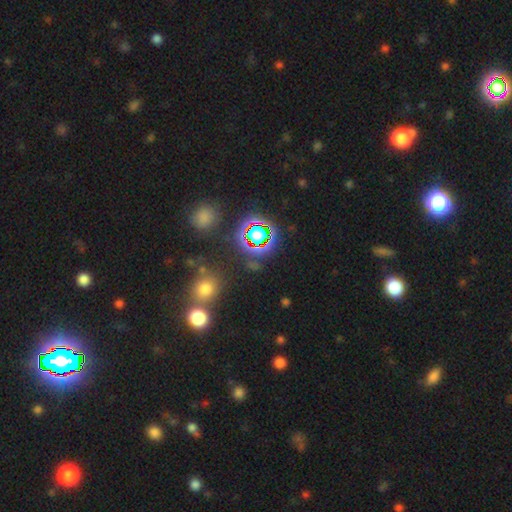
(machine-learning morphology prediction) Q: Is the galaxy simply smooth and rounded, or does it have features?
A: star or artifact — 62%.